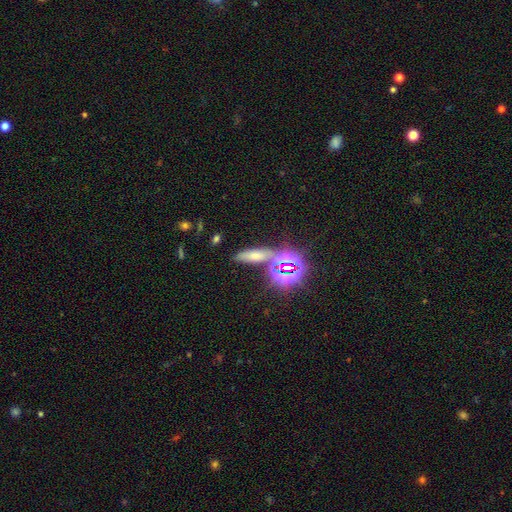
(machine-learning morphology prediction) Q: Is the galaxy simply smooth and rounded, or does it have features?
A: smooth — 56%.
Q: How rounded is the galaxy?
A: in between — 45%, tied with cigar-shaped.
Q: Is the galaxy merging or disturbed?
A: none — 71%.